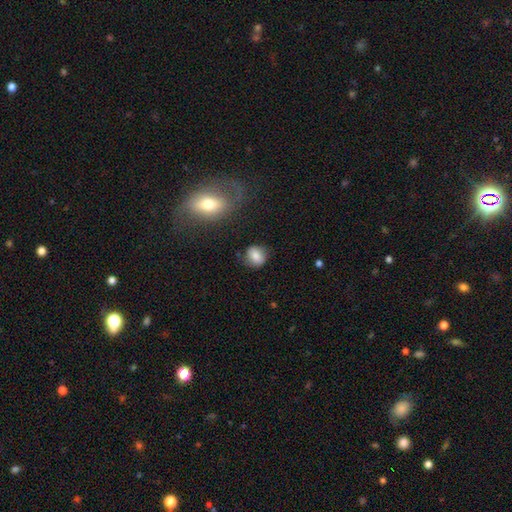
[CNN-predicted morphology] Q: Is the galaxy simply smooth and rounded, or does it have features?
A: smooth — 79%.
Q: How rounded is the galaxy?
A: round — 68%.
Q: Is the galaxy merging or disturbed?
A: none — 78%.